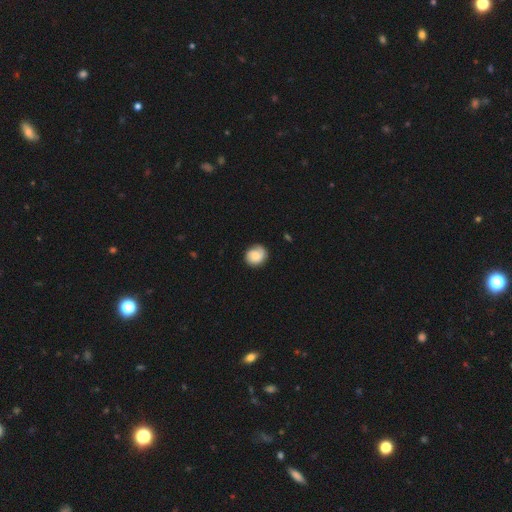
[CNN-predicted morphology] This appears to be a smooth galaxy with no disk features (58%) that is round (73%). Merging: none (76%).